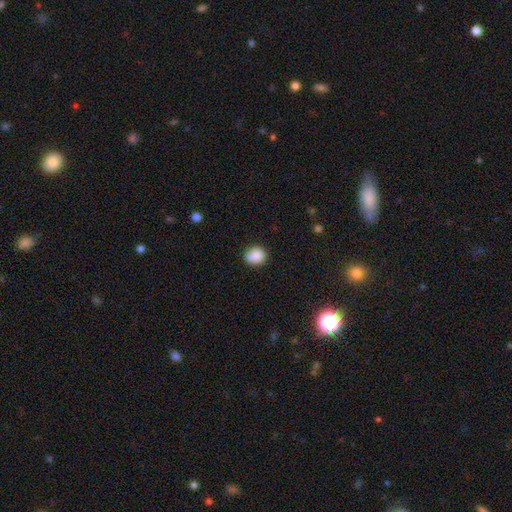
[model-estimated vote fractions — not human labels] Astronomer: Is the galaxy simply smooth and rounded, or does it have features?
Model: smooth — 86%.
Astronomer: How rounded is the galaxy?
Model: round — 71%.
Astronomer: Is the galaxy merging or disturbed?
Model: none — 76%.